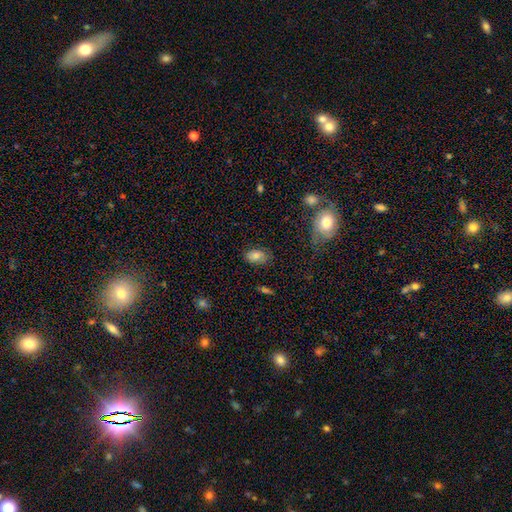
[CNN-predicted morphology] smooth-or-featured: smooth: 75% | featured or disk: 15% | star or artifact: 10%
  how-rounded: in between: 88% | round: 10% | cigar-shaped: 2%
  merging: none: 75% | minor disturbance: 18% | major disturbance: 5% | merger: 2%